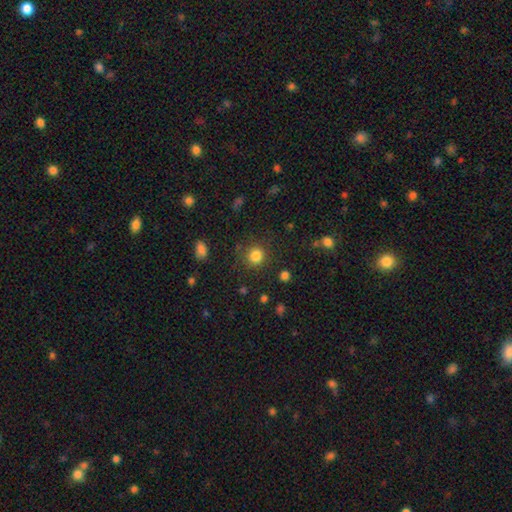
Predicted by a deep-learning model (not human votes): A smooth galaxy with no disk features (83%) that is round (91%).

Vote fractions:
- Smooth or featured? smooth: 83% / star or artifact: 13% / featured or disk: 5%
- How rounded? round: 91% / in between: 8% / cigar-shaped: 1%
- Merging? none: 84% / minor disturbance: 9% / major disturbance: 4% / merger: 3%